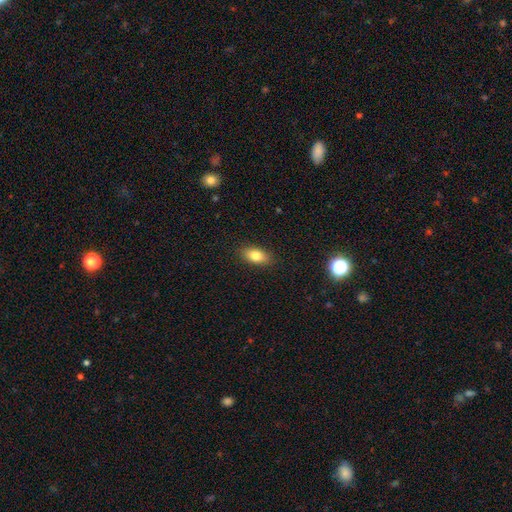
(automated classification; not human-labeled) This is clearly a smooth galaxy (81%). How rounded: clearly in between (88%). Merging: clearly none (88%).